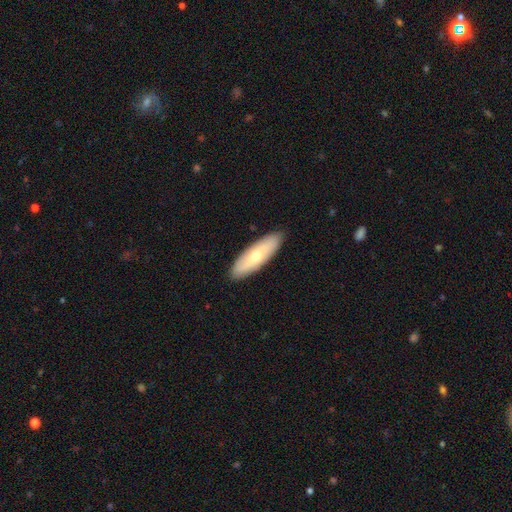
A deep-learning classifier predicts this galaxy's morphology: This is possibly a smooth galaxy (53%). How rounded: possibly in between (52%). Merging: clearly none (90%).